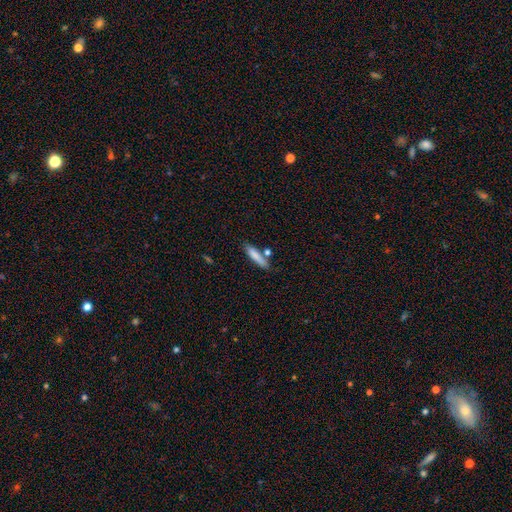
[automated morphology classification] This is clearly a smooth galaxy (81%). How rounded: clearly cigar-shaped (80%). Merging: likely none (73%).